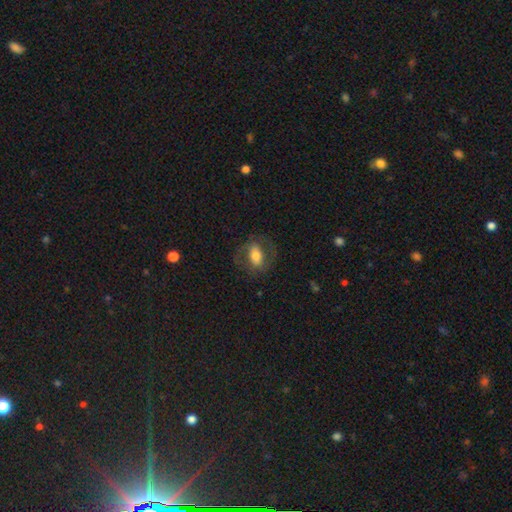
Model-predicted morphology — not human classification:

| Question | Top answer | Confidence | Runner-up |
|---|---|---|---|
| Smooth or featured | smooth | 55% | featured or disk (38%) |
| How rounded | in between | 79% | round (17%) |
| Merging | none | 70% | minor disturbance (15%) |